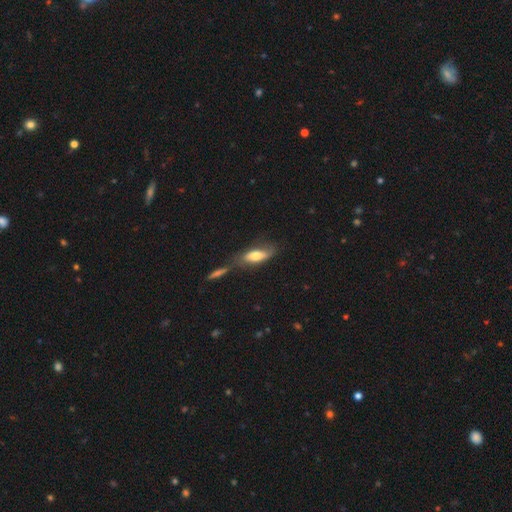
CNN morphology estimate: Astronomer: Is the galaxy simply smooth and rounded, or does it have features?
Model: smooth — 63%.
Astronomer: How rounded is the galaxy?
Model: in between — 67%.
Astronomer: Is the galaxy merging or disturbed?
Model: none — 46% (runner-up: minor disturbance, 23%).